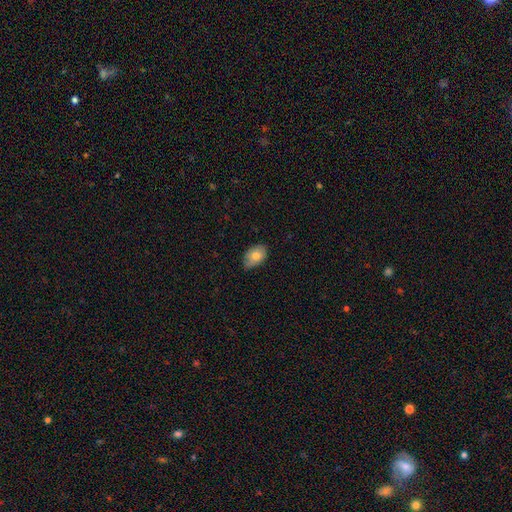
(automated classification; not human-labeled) smooth_or_featured: smooth (p=0.77) [alt: featured or disk p=0.15]
how_rounded: in between (p=0.87) [alt: round p=0.12]
merging: none (p=0.66) [alt: minor disturbance p=0.29]